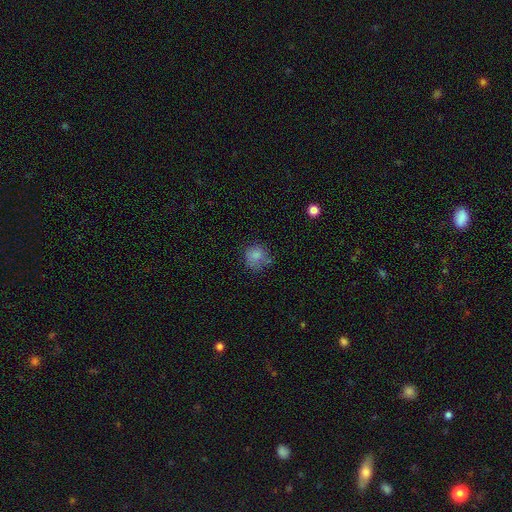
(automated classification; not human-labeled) smooth-or-featured: smooth: 79% | star or artifact: 12% | featured or disk: 9%
  how-rounded: round: 80% | in between: 19% | cigar-shaped: 1%
  merging: none: 59% | minor disturbance: 25% | major disturbance: 11% | merger: 5%